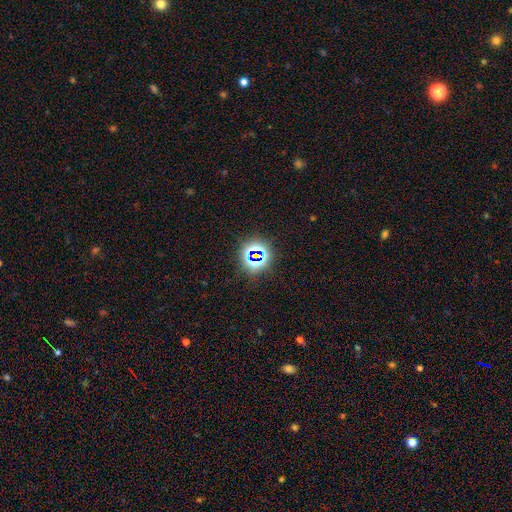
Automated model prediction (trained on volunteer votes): This appears to be a star or artifact, not a galaxy (71%).